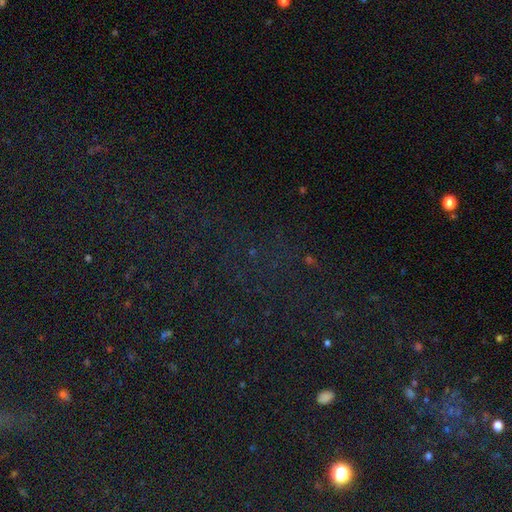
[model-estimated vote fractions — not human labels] Morphology: type=star or artifact (78%).